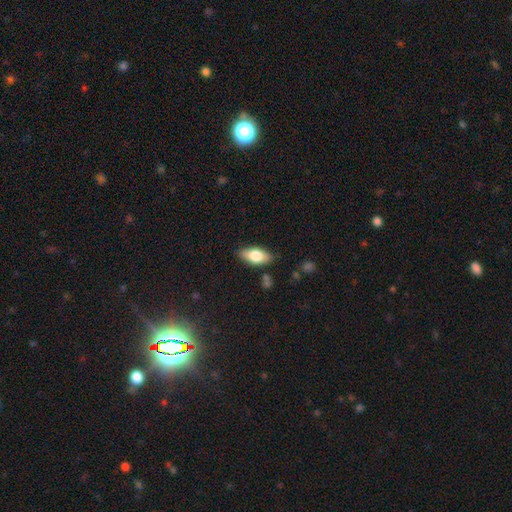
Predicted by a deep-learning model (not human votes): Morphology: type=smooth (75%); roundness=in between (87%); merging=none (83%).